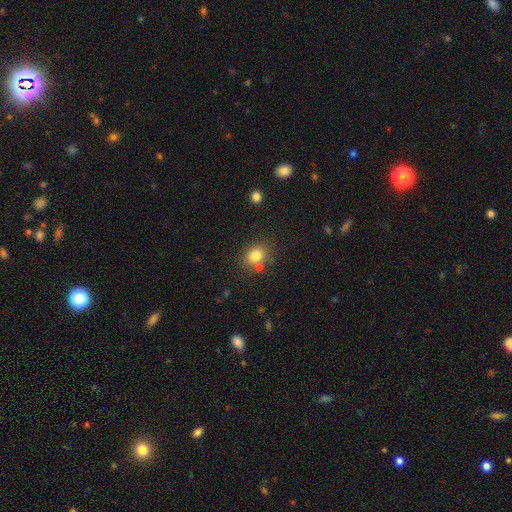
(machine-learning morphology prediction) smooth_or_featured: smooth (p=0.80) [alt: star or artifact p=0.12]
how_rounded: round (p=0.62) [alt: in between p=0.37]
merging: none (p=0.69) [alt: merger p=0.15]